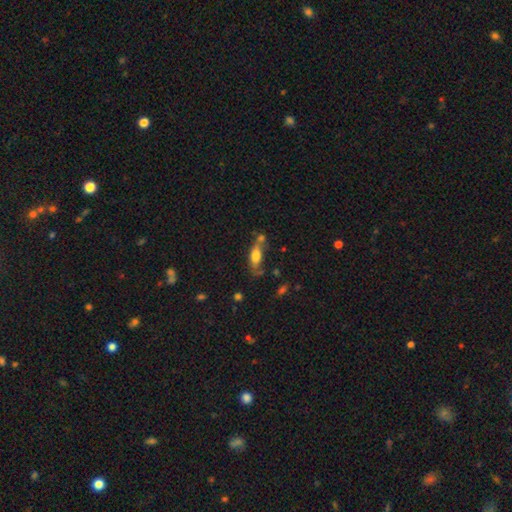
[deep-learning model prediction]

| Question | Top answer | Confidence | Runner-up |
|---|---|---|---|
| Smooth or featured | smooth | 66% | featured or disk (25%) |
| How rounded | in between | 71% | cigar-shaped (25%) |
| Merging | none | 48% | merger (22%) |